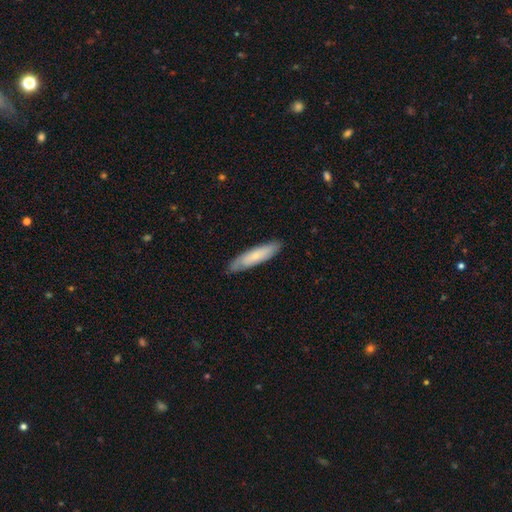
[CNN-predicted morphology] smooth 66%, featured or disk 28%, star or artifact 5%. Down the decision tree: how rounded — cigar-shaped (76%); merging — none (83%).